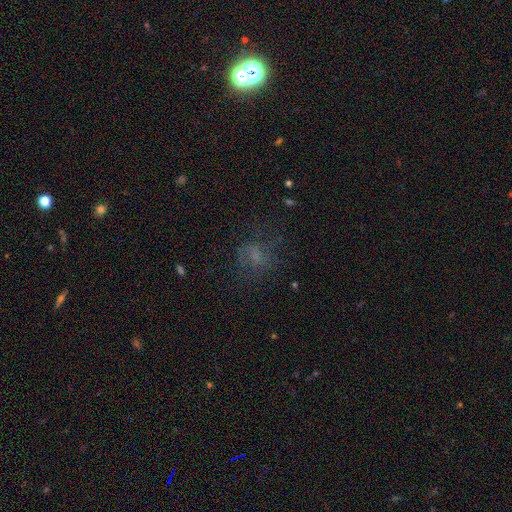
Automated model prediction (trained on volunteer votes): Overall: smooth (44%; featured or disk 32%). Merging: none (55%; major disturbance 24%).